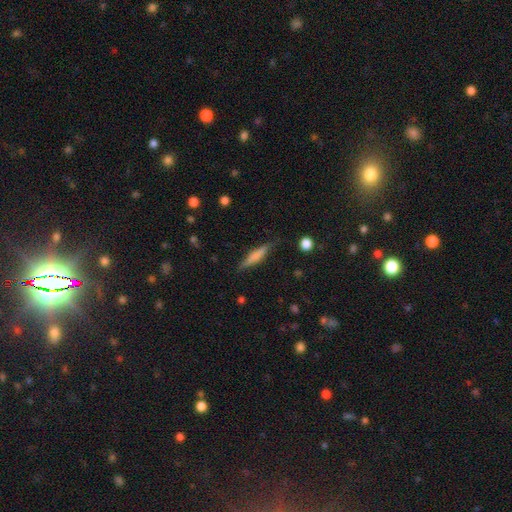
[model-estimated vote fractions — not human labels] smooth-or-featured: smooth: 52% | featured or disk: 41% | star or artifact: 7%
  how-rounded: cigar-shaped: 85% | in between: 13% | round: 2%
  merging: none: 83% | minor disturbance: 12% | major disturbance: 3% | merger: 2%